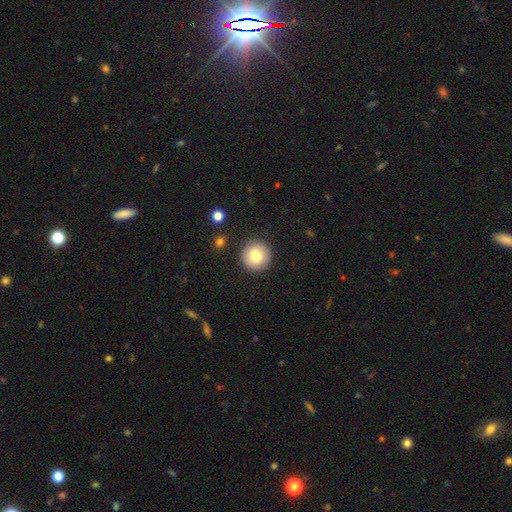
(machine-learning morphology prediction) A smooth galaxy with no disk features (79%) that is round (96%).

Vote fractions:
- Smooth or featured? smooth: 79% / featured or disk: 12% / star or artifact: 9%
- How rounded? round: 96% / in between: 3% / cigar-shaped: 1%
- Merging? none: 90% / minor disturbance: 6% / major disturbance: 2% / merger: 2%